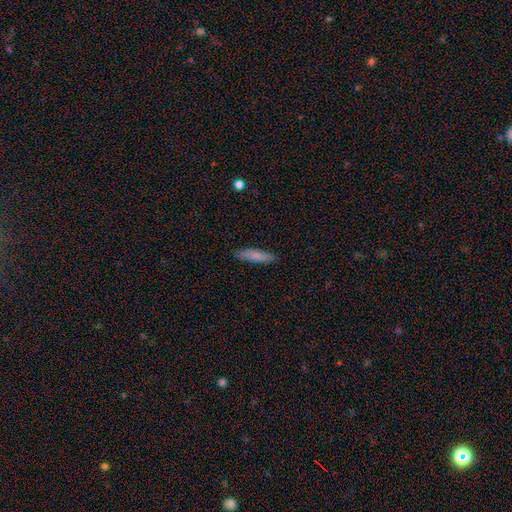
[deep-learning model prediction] The model was most divided on "how rounded": cigar-shaped: 77%, in between: 22%, round: 1%. More confident: merging — none (88%); smooth or featured — smooth (81%).